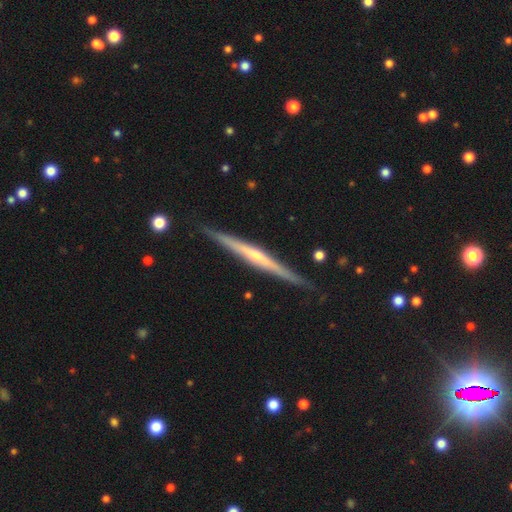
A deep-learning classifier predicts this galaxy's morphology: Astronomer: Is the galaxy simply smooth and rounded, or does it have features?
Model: featured or disk — 80%.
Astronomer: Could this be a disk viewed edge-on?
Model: yes — 98%.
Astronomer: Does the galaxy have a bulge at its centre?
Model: rounded — 62%.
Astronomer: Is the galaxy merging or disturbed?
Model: none — 89%.